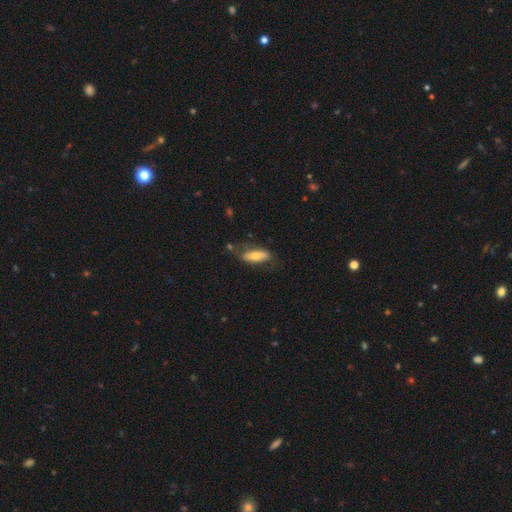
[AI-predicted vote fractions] This appears to be a smooth galaxy with no disk features (56%) that is in between round and cigar-shaped (67%). Merging: none (63%).